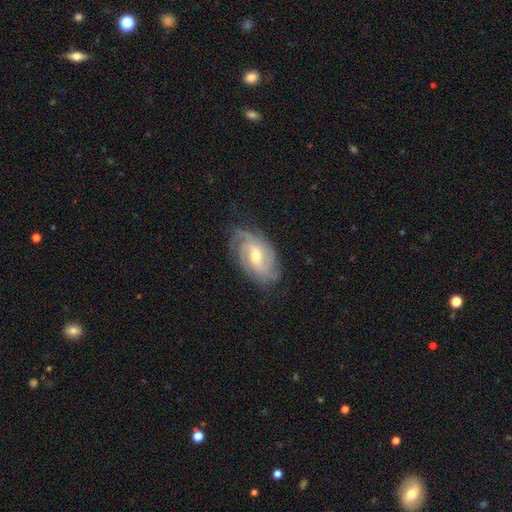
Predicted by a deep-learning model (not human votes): Q: Smooth or featured?
A: featured or disk (84%); runner-up: smooth (10%)
Q: Edge-on disk?
A: no (95%); runner-up: yes (5%)
Q: Bar?
A: weak (47%); runner-up: no (39%)
Q: Spiral arms?
A: yes (96%); runner-up: no (4%)
Q: Spiral winding?
A: tight (57%); runner-up: medium (33%)
Q: Spiral arm count?
A: can't tell (28%); tied with: 3 (28%)
Q: Bulge size?
A: moderate (58%); runner-up: small (38%)
Q: Merging?
A: none (74%); runner-up: minor disturbance (19%)